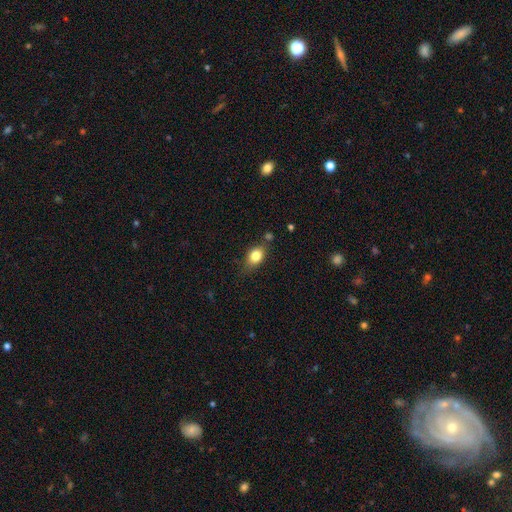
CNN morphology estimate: Smooth or featured? Predicted: smooth (p=0.81). How rounded? Predicted: in between (p=0.73). Merging? Predicted: none (p=0.69).